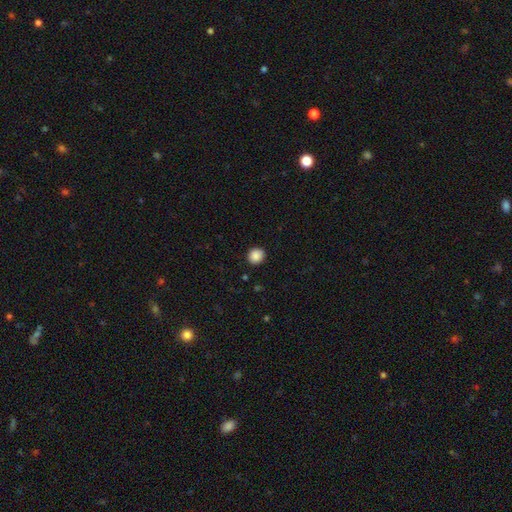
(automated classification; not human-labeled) This appears to be a smooth galaxy with no disk features (88%) that is round (84%). Merging: none (91%).